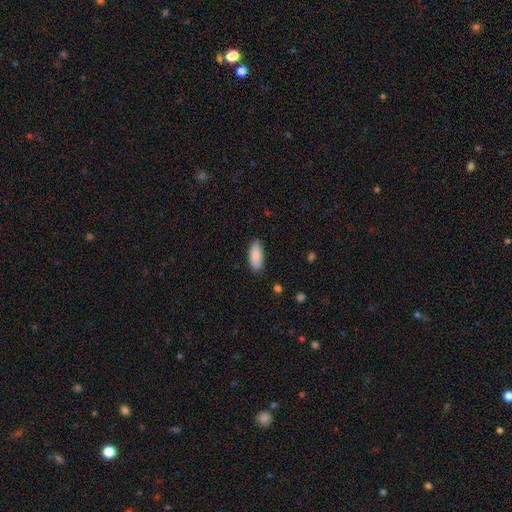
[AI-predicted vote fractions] Smooth or featured: smooth — 89% (star or artifact — 6%)
How rounded: in between — 83% (cigar-shaped — 15%)
Merging: none — 86% (minor disturbance — 11%)